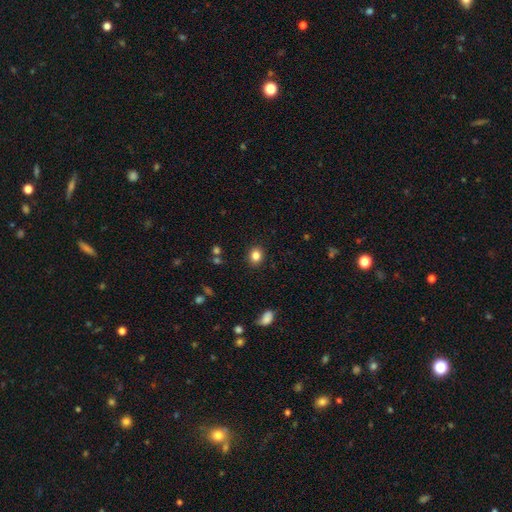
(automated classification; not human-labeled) The model was most divided on "how rounded": round: 60%, in between: 39%, cigar-shaped: 1%. More confident: merging — none (89%); smooth or featured — smooth (84%).